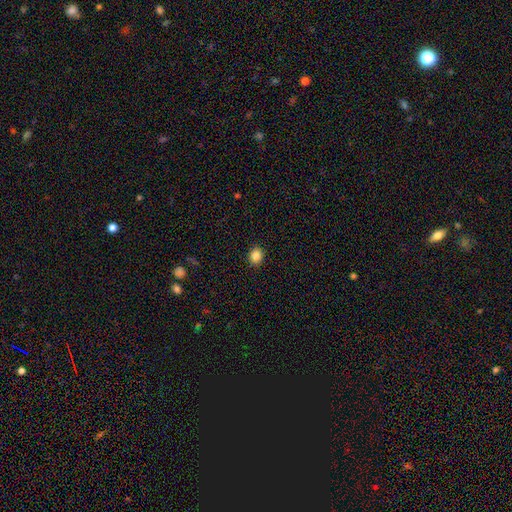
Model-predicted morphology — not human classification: Smooth or featured? smooth (85%)
How rounded? round (58%)
Merging? none (91%)